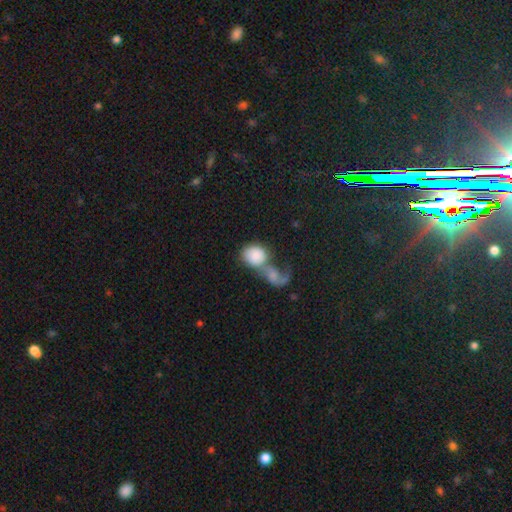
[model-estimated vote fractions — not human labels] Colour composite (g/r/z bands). It shows a smooth galaxy with no disk features (78%) that is round (53%). Merging: merger (68%).